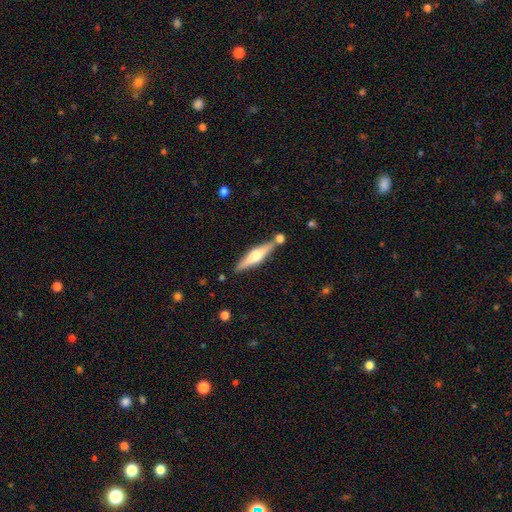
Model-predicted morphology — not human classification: featured or disk 64%, smooth 31%, star or artifact 6%. Down the decision tree: edge-on disk — yes (97%); edge-on bulge — rounded (90%); merging — none (80%).